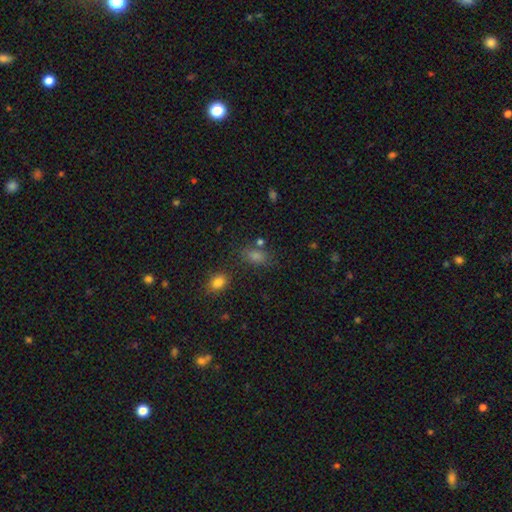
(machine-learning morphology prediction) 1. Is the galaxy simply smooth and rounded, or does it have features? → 65% smooth, 27% star or artifact, 8% featured or disk.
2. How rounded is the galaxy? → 76% in between, 20% round, 4% cigar-shaped.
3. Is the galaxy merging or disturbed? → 73% none, 13% minor disturbance, 9% merger, 5% major disturbance.